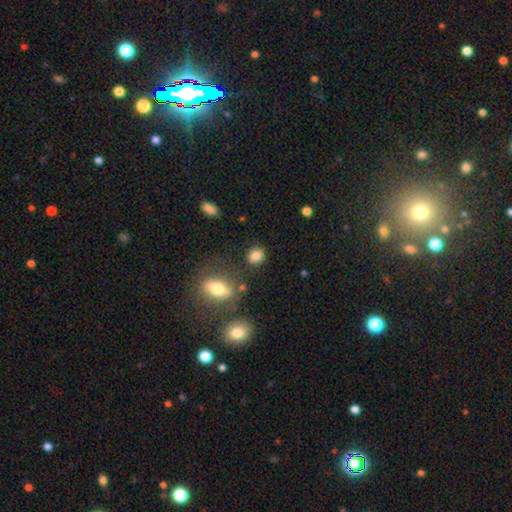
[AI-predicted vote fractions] This appears to be a smooth galaxy with no disk features (83%) that is round (62%). Merging: none (78%).